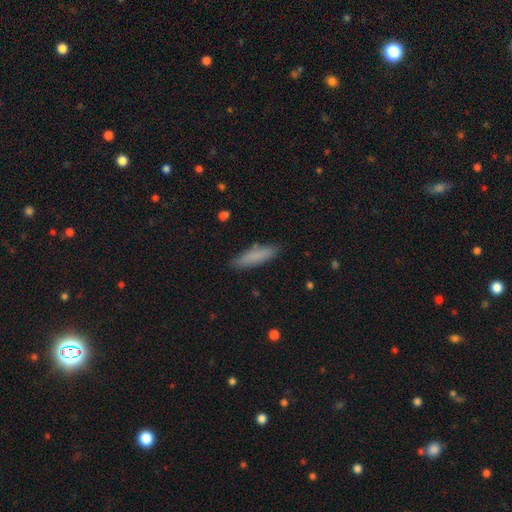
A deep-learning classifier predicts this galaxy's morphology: This appears to be a smooth galaxy with no disk features (84%) that is cigar-shaped (69%). Merging: none (86%).